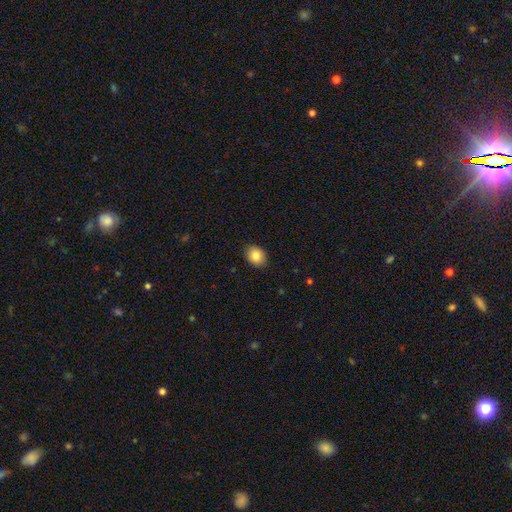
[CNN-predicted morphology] Smooth or featured? smooth (85%)
How rounded? in between (57%)
Merging? none (87%)